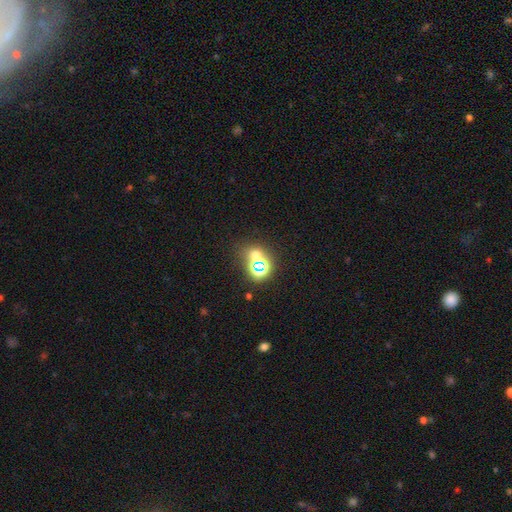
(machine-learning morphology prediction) Overall: star or artifact (45%; smooth 43%).